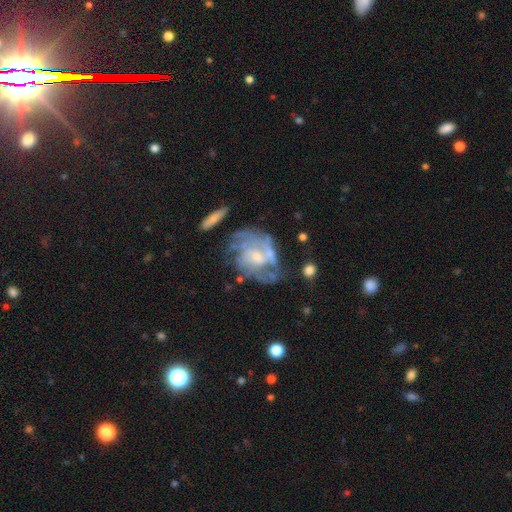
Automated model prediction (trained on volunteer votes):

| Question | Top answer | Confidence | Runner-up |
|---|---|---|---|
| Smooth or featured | featured or disk | 77% | smooth (15%) |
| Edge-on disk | no | 97% | yes (3%) |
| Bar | no | 63% | weak (30%) |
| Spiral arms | yes | 73% | no (27%) |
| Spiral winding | tight | 43% | medium (39%) |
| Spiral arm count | can't tell | 43% | 2 (26%) |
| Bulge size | moderate | 45% | small (33%) |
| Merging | none | 45% | major disturbance (24%) |